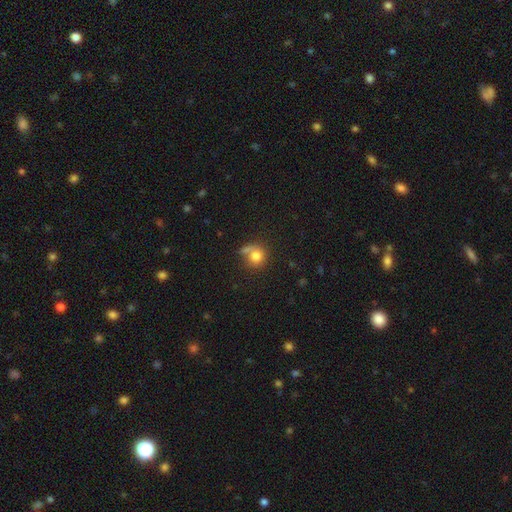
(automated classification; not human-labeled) Smooth or featured? smooth (79%)
How rounded? round (86%)
Merging? none (52%)